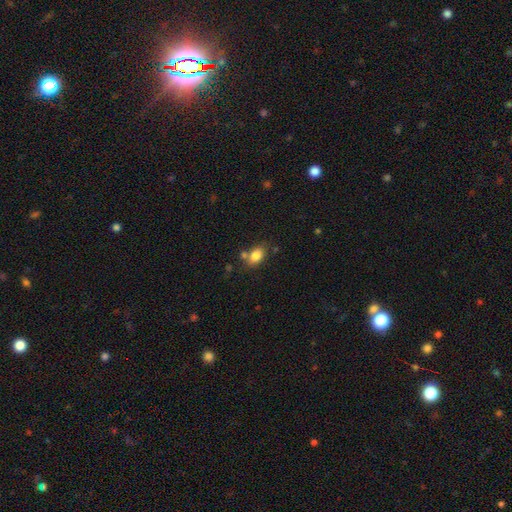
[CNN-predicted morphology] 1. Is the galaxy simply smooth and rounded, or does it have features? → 83% smooth, 9% star or artifact, 8% featured or disk.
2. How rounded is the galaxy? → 83% in between, 15% round, 2% cigar-shaped.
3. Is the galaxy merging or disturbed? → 63% none, 17% merger, 15% minor disturbance, 4% major disturbance.